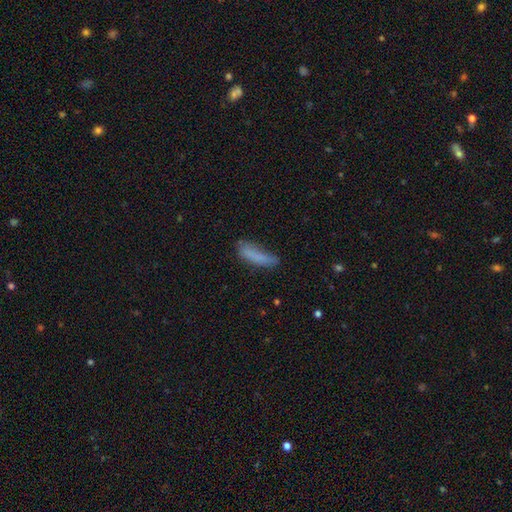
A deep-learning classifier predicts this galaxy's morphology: Smooth or featured? Predicted: smooth (p=0.79). How rounded? Predicted: cigar-shaped (p=0.69). Merging? Predicted: none (p=0.55).